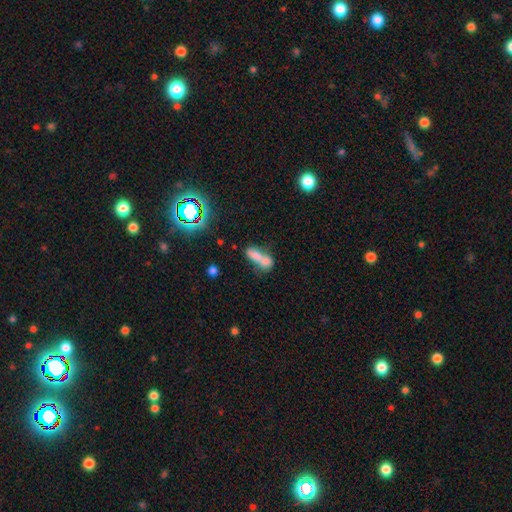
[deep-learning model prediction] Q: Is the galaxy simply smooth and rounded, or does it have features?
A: smooth — 66%.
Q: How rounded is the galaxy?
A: in between — 65%.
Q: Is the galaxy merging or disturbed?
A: merger — 66%.